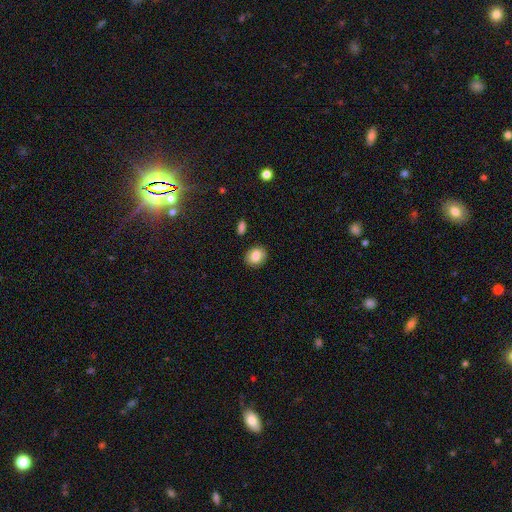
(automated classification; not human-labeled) Q: Smooth or featured?
A: smooth (82%); runner-up: featured or disk (9%)
Q: How rounded?
A: round (57%); runner-up: in between (42%)
Q: Merging?
A: none (87%); runner-up: minor disturbance (9%)